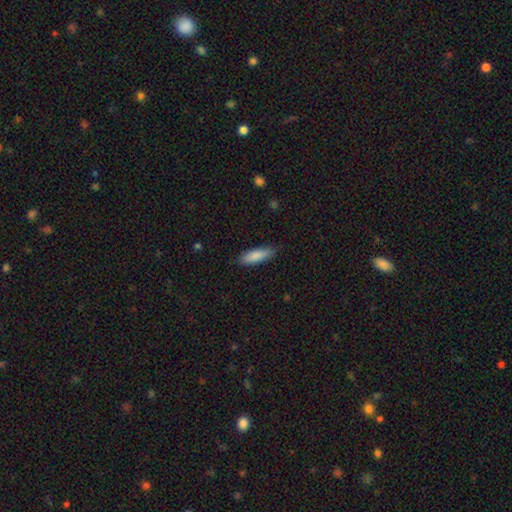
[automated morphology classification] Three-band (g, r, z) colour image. It shows a smooth galaxy with no disk features (86%) that is in between round and cigar-shaped (49%, tied with cigar-shaped). Merging: none (84%).